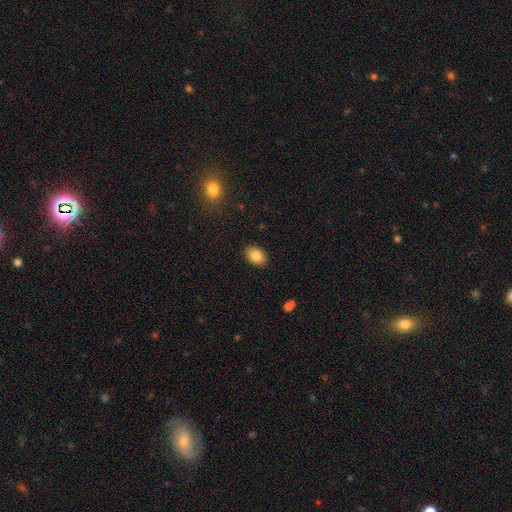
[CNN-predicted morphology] Smooth or featured?
  - smooth: 85% *
  - star or artifact: 8%
  - featured or disk: 7%
How rounded?
  - in between: 84% *
  - round: 15%
  - cigar-shaped: 1%
Merging?
  - none: 88% *
  - minor disturbance: 8%
  - major disturbance: 2%
  - merger: 1%